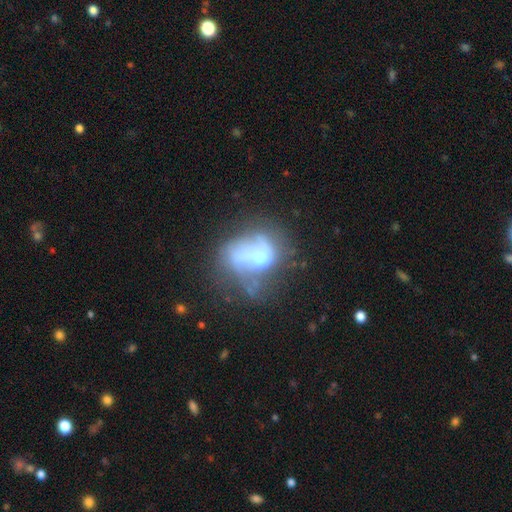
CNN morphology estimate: This appears to be a featured or disk galaxy (51%). Merging: major disturbance (36%).